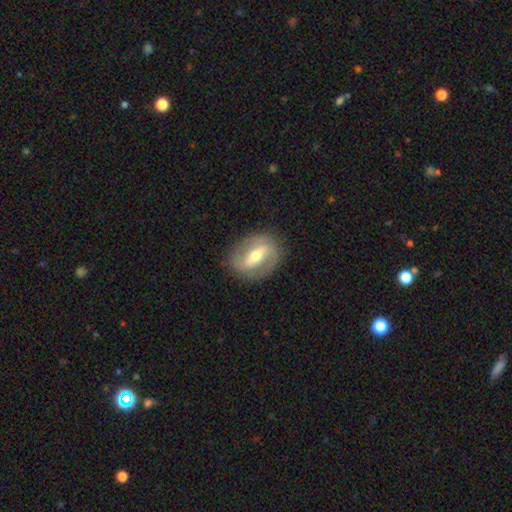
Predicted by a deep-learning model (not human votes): Overall: featured or disk (72%). Edge-on disk: no (90%). Bar: strong (59%; weak 29%). Spiral arms: yes (59%; no 41%). Bulge size: moderate (69%). Merging: none (83%).